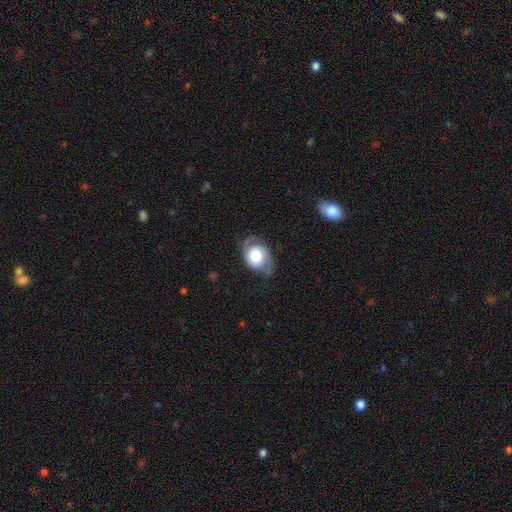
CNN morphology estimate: The model was most divided on "spiral winding": medium: 43%, loose: 30%, tight: 27%. Remaining: edge-on disk — no (96%); spiral arms — yes (88%); spiral arm count — 2 (85%); bar — no (72%); smooth or featured — featured or disk (64%); merging — none (59%); bulge size — large (48%).